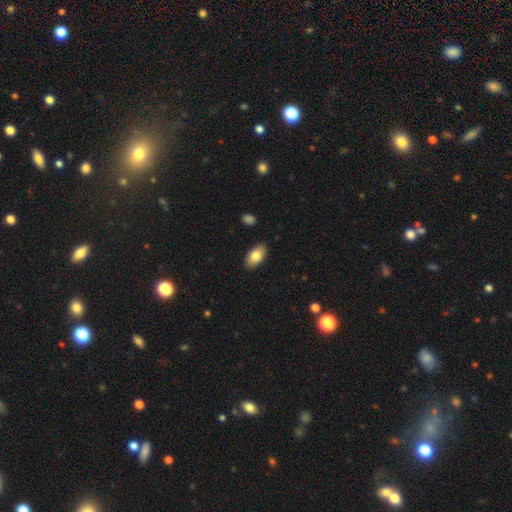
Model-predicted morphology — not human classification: Smooth or featured? Predicted: smooth (p=0.82). How rounded? Predicted: in between (p=0.94). Merging? Predicted: none (p=0.88).